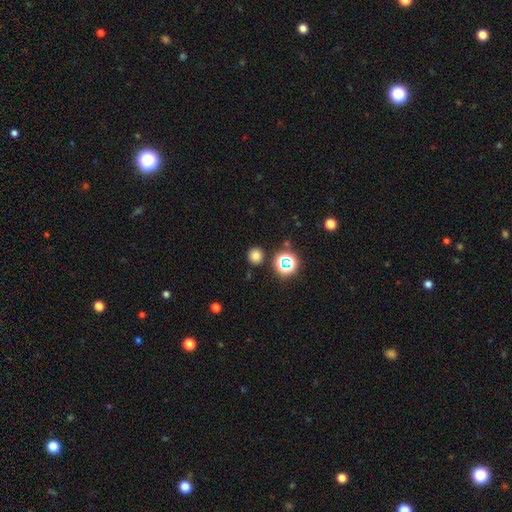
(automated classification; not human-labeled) This is likely a smooth galaxy (75%). How rounded: clearly round (92%). Merging: clearly none (88%).